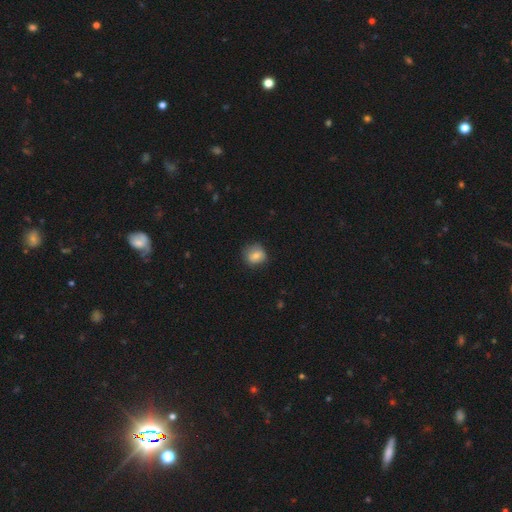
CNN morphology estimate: Smooth or featured?
  - smooth: 76% *
  - featured or disk: 15%
  - star or artifact: 9%
How rounded?
  - round: 79% *
  - in between: 20%
  - cigar-shaped: 1%
Merging?
  - none: 77% *
  - minor disturbance: 17%
  - major disturbance: 4%
  - merger: 1%